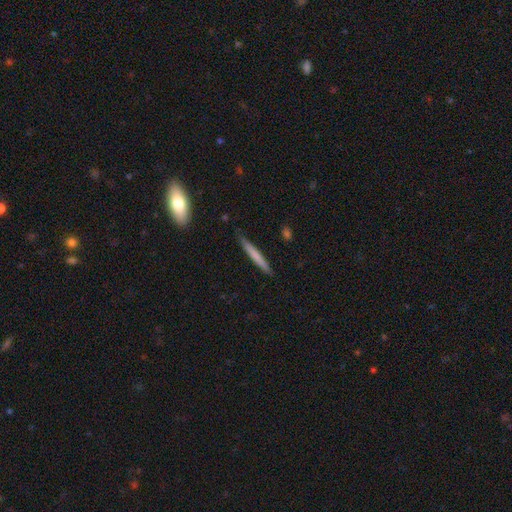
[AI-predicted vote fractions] Q: Smooth or featured?
A: smooth (65%); runner-up: featured or disk (29%)
Q: How rounded?
A: cigar-shaped (96%); runner-up: in between (2%)
Q: Merging?
A: none (87%); runner-up: minor disturbance (10%)